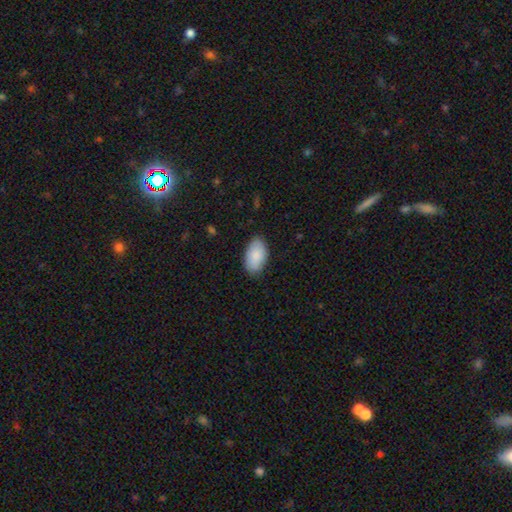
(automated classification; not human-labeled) smooth-or-featured: smooth: 88% | featured or disk: 7% | star or artifact: 6%
  how-rounded: in between: 95% | round: 4% | cigar-shaped: 1%
  merging: none: 83% | minor disturbance: 13% | major disturbance: 3% | merger: 1%